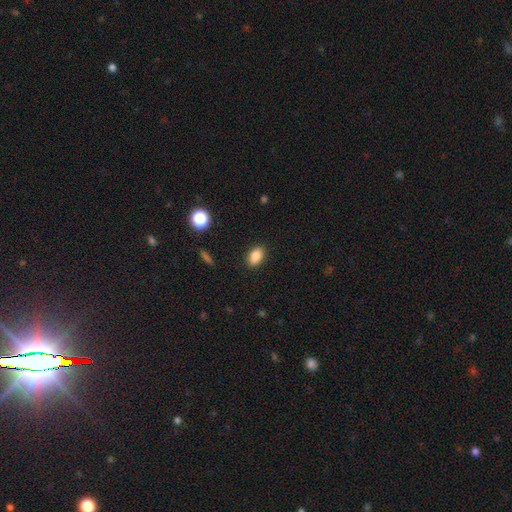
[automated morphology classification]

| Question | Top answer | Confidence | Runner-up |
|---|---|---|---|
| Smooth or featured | smooth | 86% | star or artifact (9%) |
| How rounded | in between | 85% | round (14%) |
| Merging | none | 87% | minor disturbance (9%) |